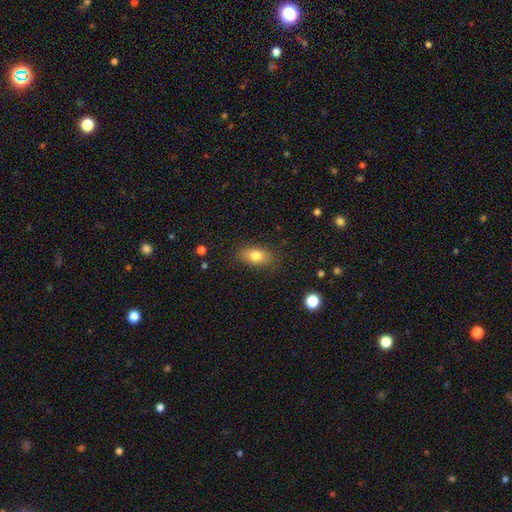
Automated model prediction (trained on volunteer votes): A smooth galaxy with no disk features (81%) that is in between round and cigar-shaped (85%). Merging: none (83%).